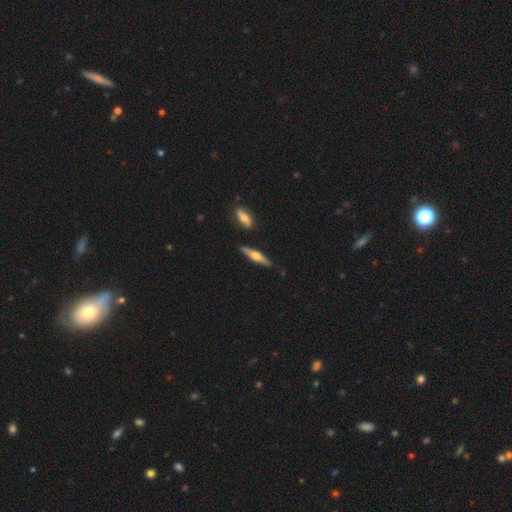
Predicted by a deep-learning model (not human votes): Smooth or featured?
  - featured or disk: 55% *
  - smooth: 40%
  - star or artifact: 6%
Edge-on disk?
  - yes: 95% *
  - no: 5%
Edge-on bulge?
  - rounded: 91% *
  - boxy: 5%
  - none: 4%
Merging?
  - none: 85% *
  - minor disturbance: 10%
  - merger: 3%
  - major disturbance: 2%